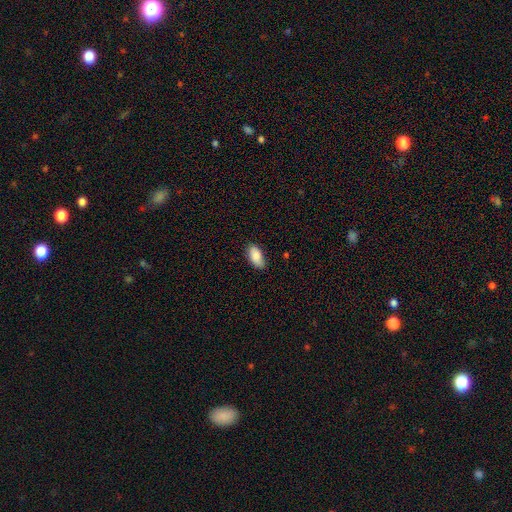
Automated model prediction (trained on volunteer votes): Overall: smooth (86%). How rounded: in between (93%). Merging: none (80%).